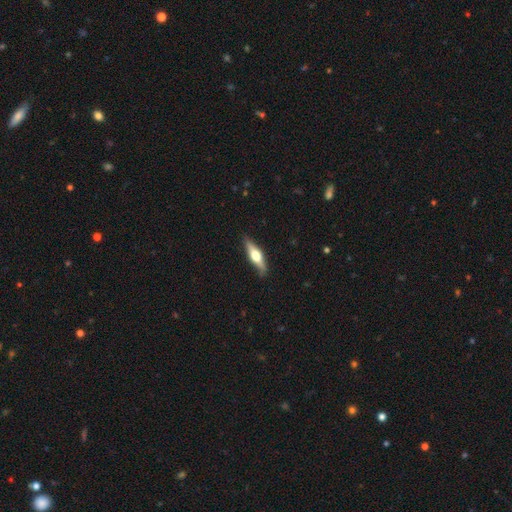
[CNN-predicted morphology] The model was most divided on "smooth or featured": featured or disk: 57%, smooth: 37%, star or artifact: 5%. More confident: edge-on disk — yes (94%); edge-on bulge — rounded (94%); merging — none (87%).